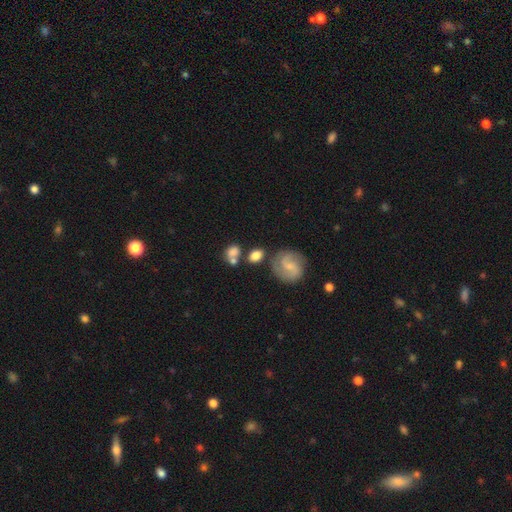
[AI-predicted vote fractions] smooth 60%, featured or disk 31%, star or artifact 9%. Down the decision tree: how rounded — round (49%); merging — none (58%).